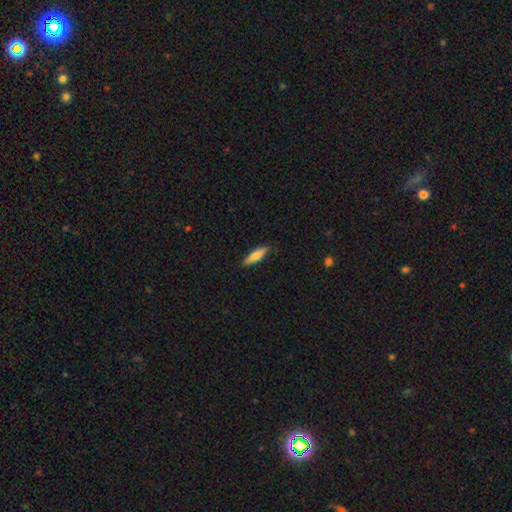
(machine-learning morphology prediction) Smooth or featured?
  - smooth: 68% *
  - featured or disk: 26%
  - star or artifact: 6%
How rounded?
  - cigar-shaped: 74% *
  - in between: 24%
  - round: 2%
Merging?
  - none: 88% *
  - minor disturbance: 9%
  - major disturbance: 2%
  - merger: 1%